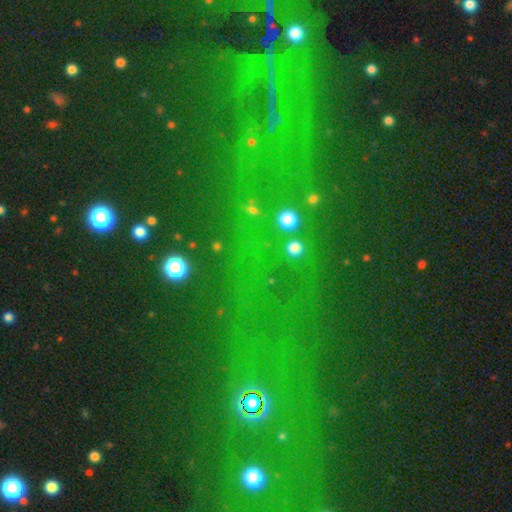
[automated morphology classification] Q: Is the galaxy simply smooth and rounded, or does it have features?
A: star or artifact — 75%.